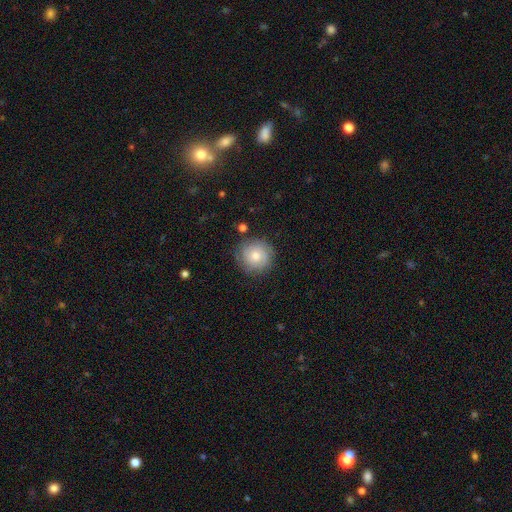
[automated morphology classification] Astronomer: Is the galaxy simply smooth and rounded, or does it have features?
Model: smooth — 66%.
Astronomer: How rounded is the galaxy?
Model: round — 94%.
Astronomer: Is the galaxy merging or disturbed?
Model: none — 80%.